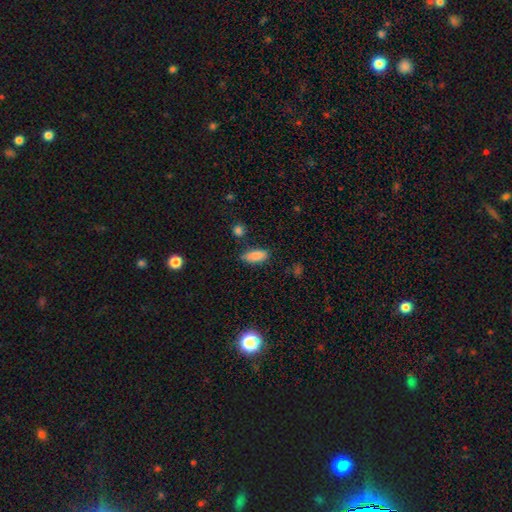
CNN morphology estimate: Smooth or featured? smooth (86%)
How rounded? in between (84%)
Merging? none (77%)